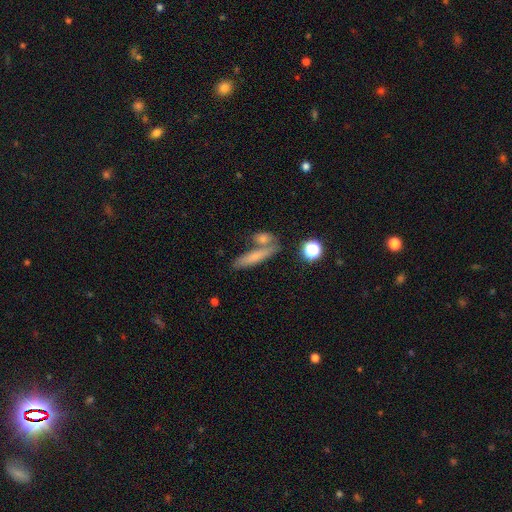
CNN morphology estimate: This appears to be a smooth galaxy with no disk features (66%) that is cigar-shaped (74%). Merging: none (59%).